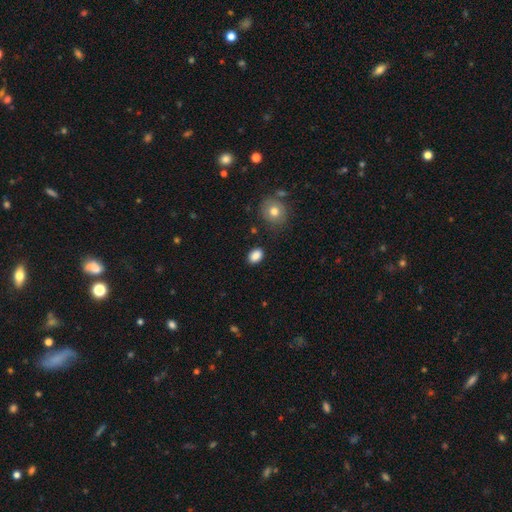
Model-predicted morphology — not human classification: smooth_or_featured: smooth (p=0.87) [alt: star or artifact p=0.09]
how_rounded: in between (p=0.78) [alt: round p=0.21]
merging: none (p=0.85) [alt: minor disturbance p=0.10]